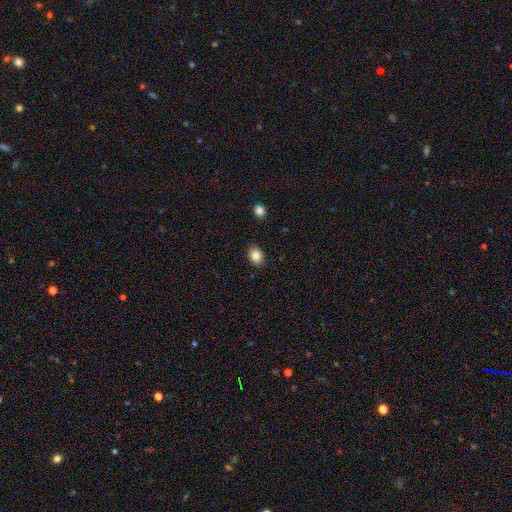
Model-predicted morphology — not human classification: A smooth galaxy with no disk features (85%) that is in between round and cigar-shaped (60%).

Vote fractions:
- Smooth or featured? smooth: 85% / star or artifact: 9% / featured or disk: 6%
- How rounded? in between: 60% / round: 39% / cigar-shaped: 1%
- Merging? none: 85% / minor disturbance: 11% / major disturbance: 2% / merger: 2%